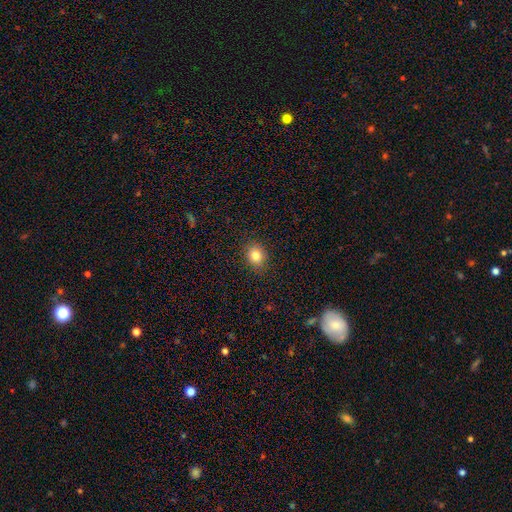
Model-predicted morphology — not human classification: Smooth or featured? smooth (83%)
How rounded? round (54%)
Merging? none (88%)